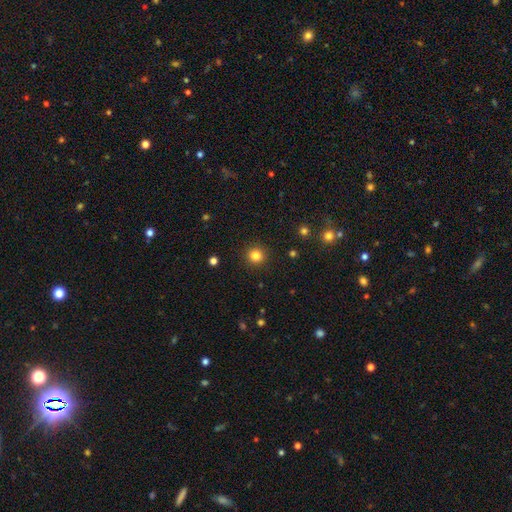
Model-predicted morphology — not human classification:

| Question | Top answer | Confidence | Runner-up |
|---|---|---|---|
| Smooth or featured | smooth | 82% | star or artifact (13%) |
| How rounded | round | 94% | in between (5%) |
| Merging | none | 92% | minor disturbance (5%) |